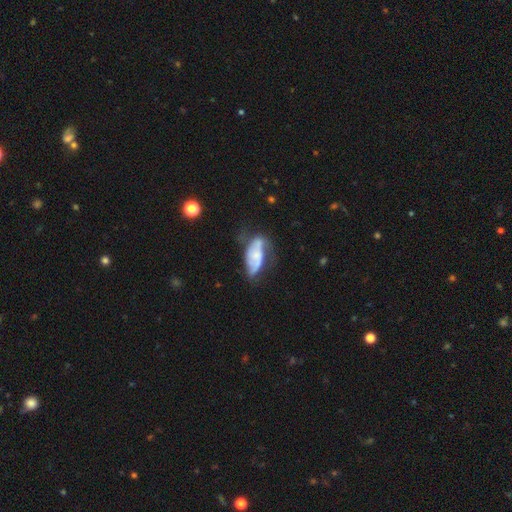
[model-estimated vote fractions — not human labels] Smooth or featured? featured or disk (59%)
Edge-on disk? no (92%)
Bar? no (68%)
Spiral arms? yes (68%)
Bulge size? small (43%)
Merging? none (35%)